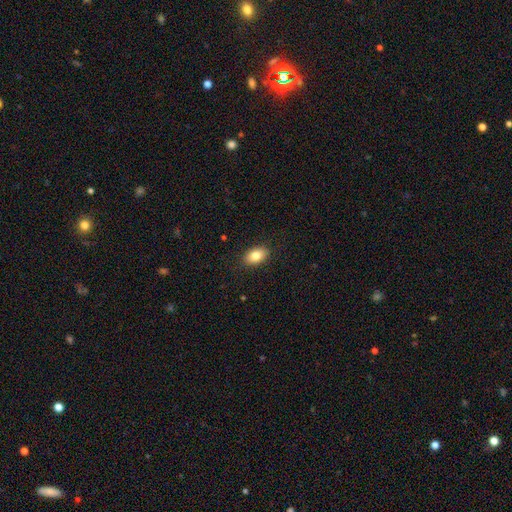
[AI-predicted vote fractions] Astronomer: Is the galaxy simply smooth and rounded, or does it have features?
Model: smooth — 82%.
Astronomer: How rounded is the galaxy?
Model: in between — 89%.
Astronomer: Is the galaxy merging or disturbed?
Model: none — 89%.